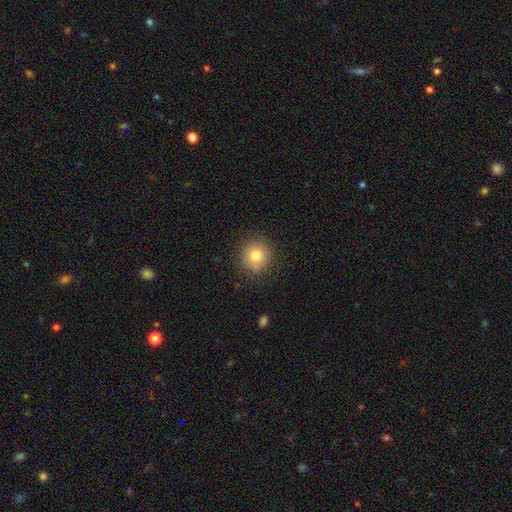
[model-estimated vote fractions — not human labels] smooth-or-featured: smooth: 78% | featured or disk: 11% | star or artifact: 11%
  how-rounded: round: 92% | in between: 7% | cigar-shaped: 1%
  merging: none: 87% | minor disturbance: 9% | major disturbance: 3% | merger: 1%